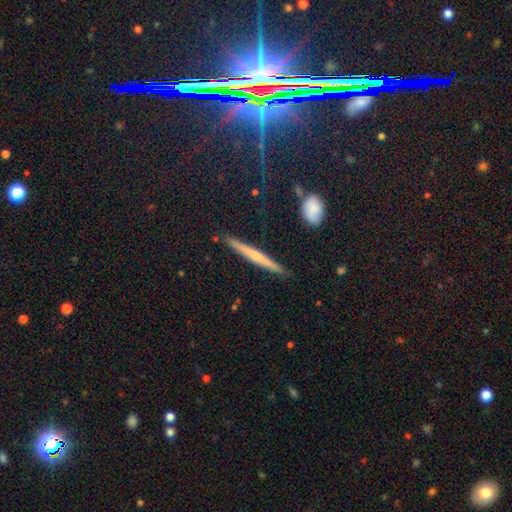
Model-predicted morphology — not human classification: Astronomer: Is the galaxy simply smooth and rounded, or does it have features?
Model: featured or disk — 54% (runner-up: smooth, 39%).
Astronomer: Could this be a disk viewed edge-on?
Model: yes — 97%.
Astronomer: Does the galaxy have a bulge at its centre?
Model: none — 52% (runner-up: rounded, 41%).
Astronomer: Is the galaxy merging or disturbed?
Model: none — 89%.